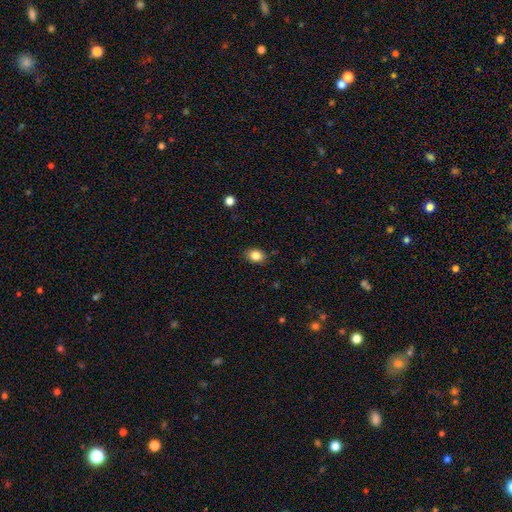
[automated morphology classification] Smooth or featured: smooth — 85% (star or artifact — 9%)
How rounded: in between — 67% (round — 32%)
Merging: none — 86% (minor disturbance — 10%)